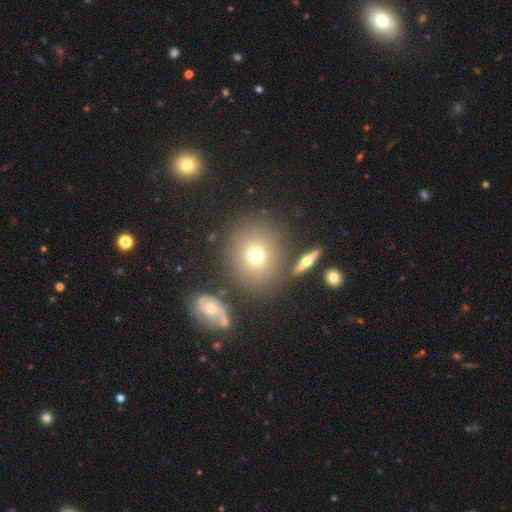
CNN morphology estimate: A smooth galaxy with no disk features (71%) that is round (82%).

Vote fractions:
- Smooth or featured? smooth: 71% / featured or disk: 16% / star or artifact: 13%
- How rounded? round: 82% / in between: 17% / cigar-shaped: 1%
- Merging? none: 78% / minor disturbance: 10% / merger: 8% / major disturbance: 4%